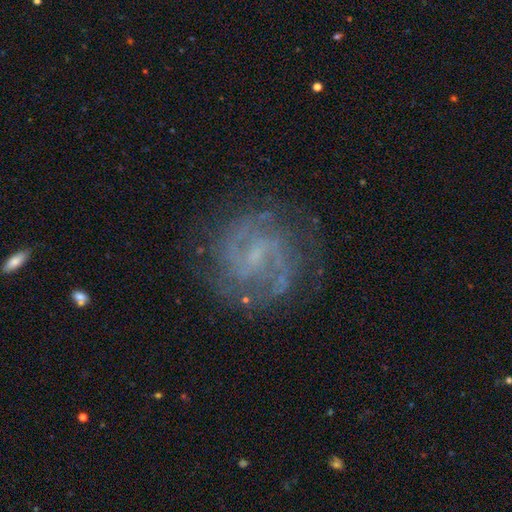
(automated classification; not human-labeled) smooth-or-featured: featured or disk: 86% | star or artifact: 7% | smooth: 7%
  disk-edge-on: no: 98% | yes: 2%
    bar: weak: 57% | no: 27% | strong: 16%
    has-spiral-arms: yes: 96% | no: 4%
      spiral-winding: medium: 49% | tight: 38% | loose: 13%
      spiral-arm-count: 2: 69% | can't tell: 12% | 3: 10% | 4: 3% | 1: 3% | more than 4: 3%
    bulge-size: small: 60% | none: 25% | moderate: 13% | large: 1% | dominant: 1%
  merging: none: 78% | minor disturbance: 14% | major disturbance: 7% | merger: 1%